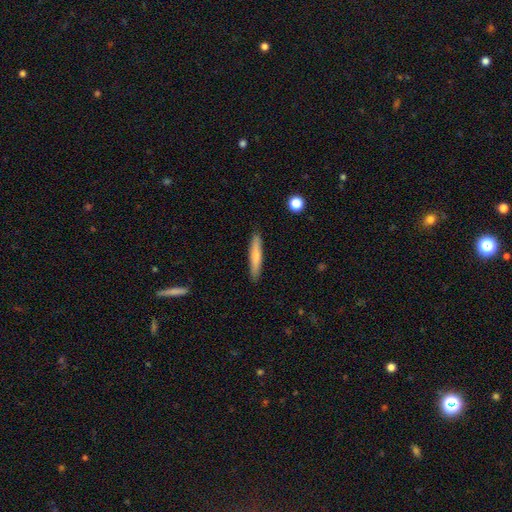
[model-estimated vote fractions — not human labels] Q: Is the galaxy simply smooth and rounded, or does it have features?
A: smooth — 70%.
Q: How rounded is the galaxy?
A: cigar-shaped — 89%.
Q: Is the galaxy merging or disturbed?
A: none — 89%.